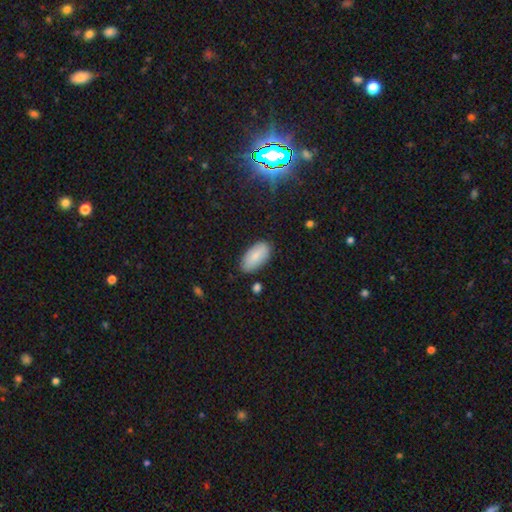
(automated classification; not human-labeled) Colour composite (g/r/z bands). It shows a smooth galaxy with no disk features (84%) that is in between round and cigar-shaped (94%). Merging: none (83%).